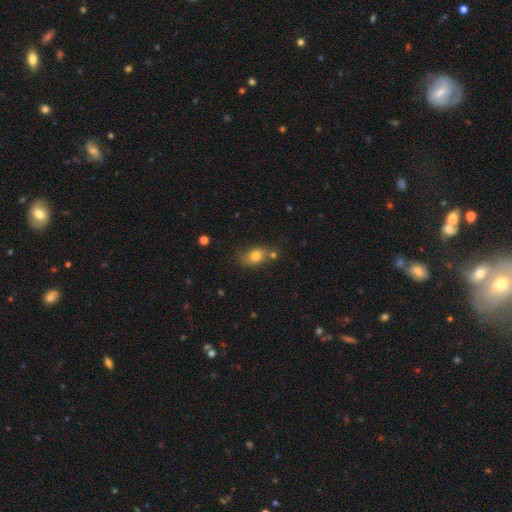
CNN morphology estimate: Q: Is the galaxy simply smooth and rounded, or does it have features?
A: smooth — 77%.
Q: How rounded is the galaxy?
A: in between — 71%.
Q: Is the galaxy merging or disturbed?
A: none — 61%.